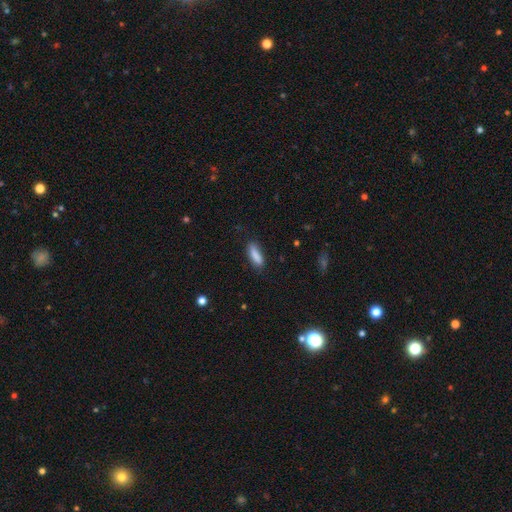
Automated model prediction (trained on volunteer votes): Q: Smooth or featured?
A: smooth (86%); runner-up: featured or disk (7%)
Q: How rounded?
A: in between (51%); runner-up: cigar-shaped (47%)
Q: Merging?
A: none (77%); runner-up: minor disturbance (17%)